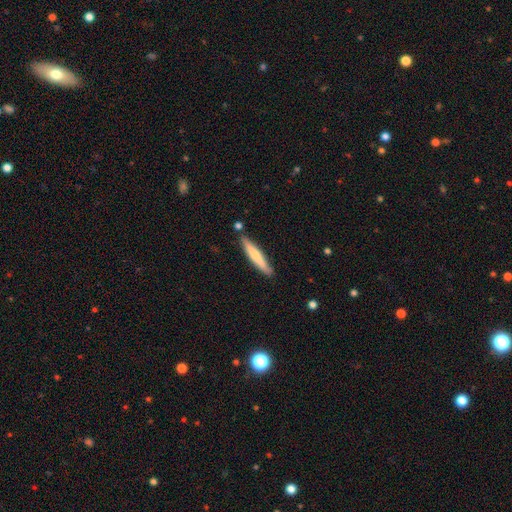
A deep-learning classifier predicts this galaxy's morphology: Smooth or featured? smooth (68%)
How rounded? cigar-shaped (92%)
Merging? none (81%)